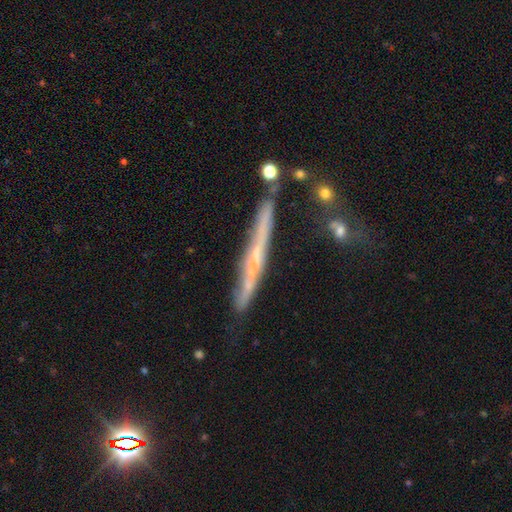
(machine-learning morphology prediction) smooth-or-featured: featured or disk: 60% | smooth: 32% | star or artifact: 8%
  disk-edge-on: yes: 94% | no: 6%
    edge-on-bulge: none: 80% | rounded: 14% | boxy: 6%
  merging: none: 77% | minor disturbance: 16% | merger: 4% | major disturbance: 3%